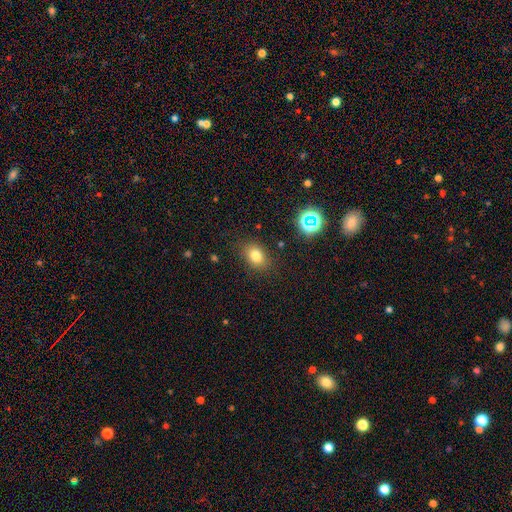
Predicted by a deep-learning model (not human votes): smooth-or-featured: smooth: 77% | star or artifact: 14% | featured or disk: 9%
  how-rounded: in between: 64% | round: 34% | cigar-shaped: 1%
  merging: none: 84% | minor disturbance: 11% | major disturbance: 4% | merger: 2%